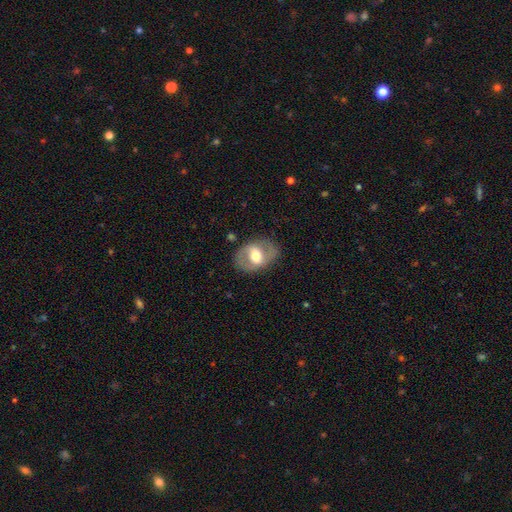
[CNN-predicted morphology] Q: Smooth or featured?
A: featured or disk (58%); runner-up: smooth (35%)
Q: Edge-on disk?
A: no (93%); runner-up: yes (7%)
Q: Bar?
A: weak (40%); runner-up: strong (30%)
Q: Spiral arms?
A: no (52%); runner-up: yes (48%)
Q: Bulge size?
A: moderate (64%); runner-up: large (22%)
Q: Merging?
A: none (77%); runner-up: minor disturbance (14%)